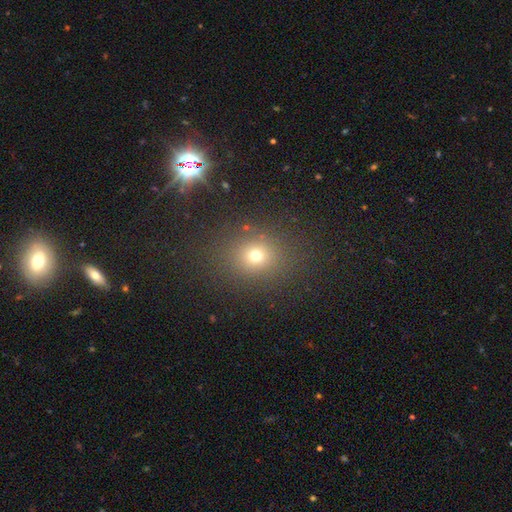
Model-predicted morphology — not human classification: Smooth or featured: smooth — 70% (star or artifact — 21%)
How rounded: round — 69% (in between — 30%)
Merging: none — 83% (minor disturbance — 9%)